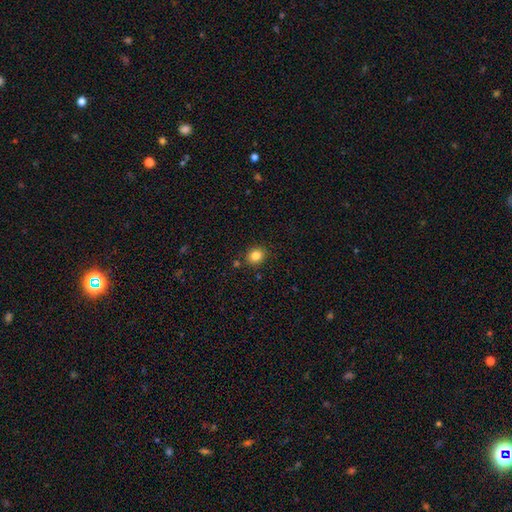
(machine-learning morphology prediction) This is clearly a smooth galaxy (84%). How rounded: likely round (63%). Merging: clearly none (85%).